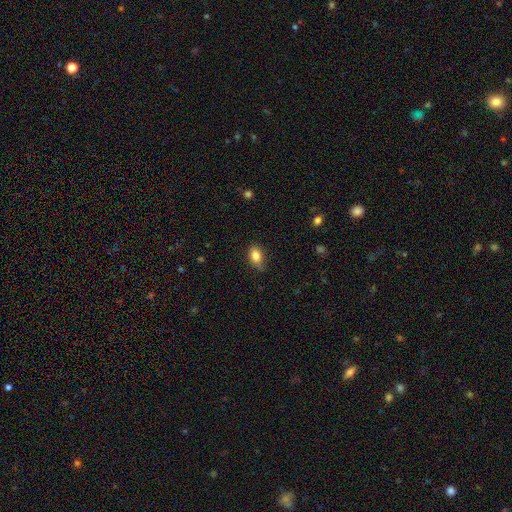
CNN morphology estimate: This appears to be a smooth galaxy with no disk features (83%) that is in between round and cigar-shaped (83%). Merging: none (66%).